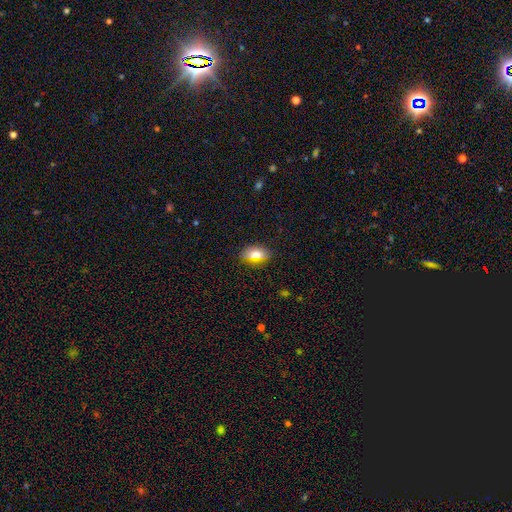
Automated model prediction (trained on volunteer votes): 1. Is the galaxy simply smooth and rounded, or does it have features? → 70% smooth, 18% featured or disk, 12% star or artifact.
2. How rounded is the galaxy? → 77% in between, 17% round, 6% cigar-shaped.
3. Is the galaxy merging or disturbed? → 87% none, 9% minor disturbance, 2% major disturbance, 1% merger.